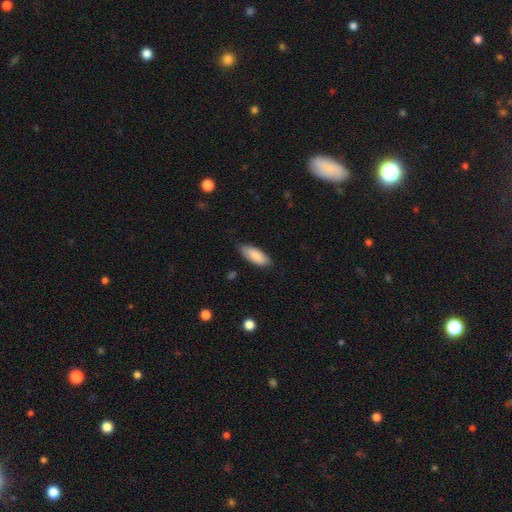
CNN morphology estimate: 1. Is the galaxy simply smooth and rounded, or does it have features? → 88% smooth, 7% featured or disk, 6% star or artifact.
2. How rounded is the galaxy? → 80% in between, 18% cigar-shaped, 2% round.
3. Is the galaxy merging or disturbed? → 82% none, 14% minor disturbance, 2% major disturbance, 1% merger.